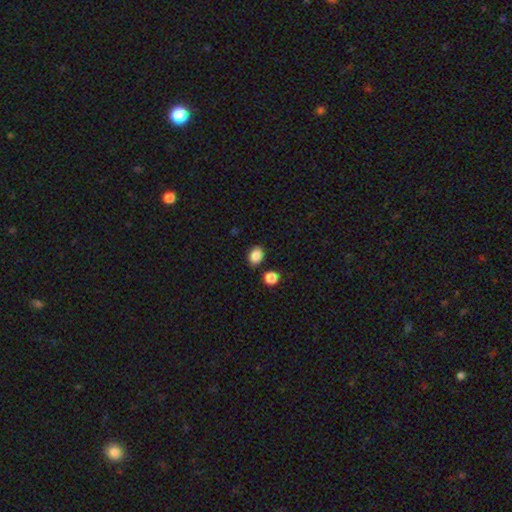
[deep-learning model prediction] This is clearly a smooth galaxy (87%). How rounded: likely in between (66%). Merging: clearly none (81%).